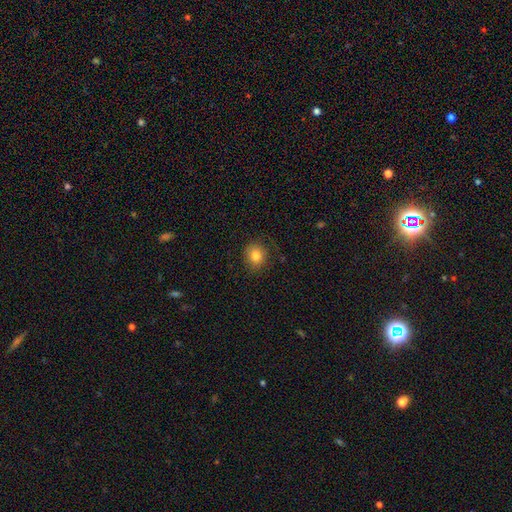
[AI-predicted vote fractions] smooth-or-featured: smooth: 82% | star or artifact: 11% | featured or disk: 7%
  how-rounded: round: 79% | in between: 20% | cigar-shaped: 1%
  merging: none: 83% | minor disturbance: 12% | major disturbance: 4% | merger: 1%